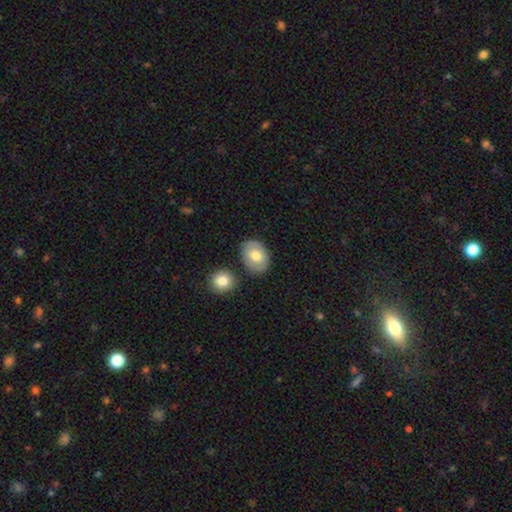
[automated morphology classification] Smooth or featured? smooth (70%)
How rounded? in between (77%)
Merging? none (75%)